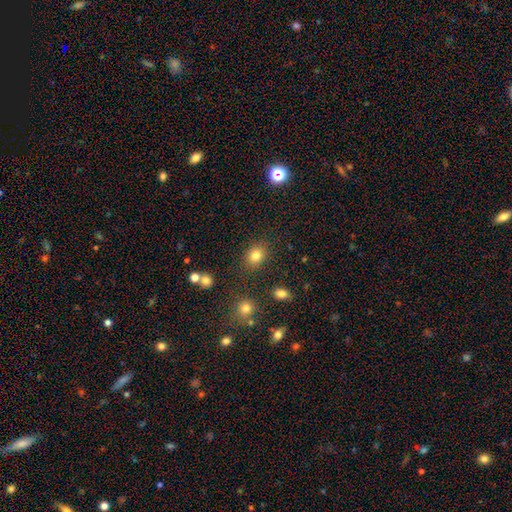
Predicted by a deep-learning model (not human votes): Q: Smooth or featured?
A: smooth (82%); runner-up: star or artifact (12%)
Q: How rounded?
A: round (59%); runner-up: in between (40%)
Q: Merging?
A: none (84%); runner-up: minor disturbance (10%)